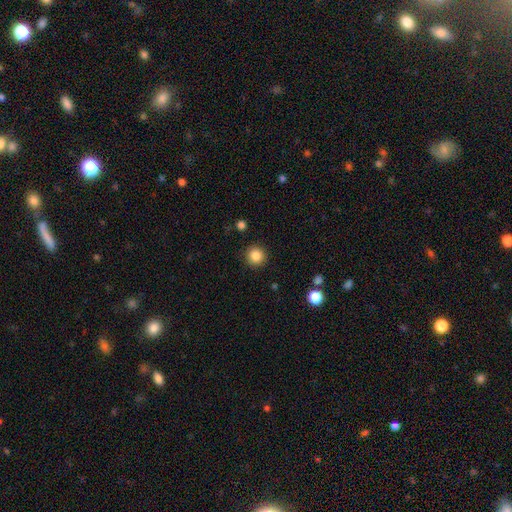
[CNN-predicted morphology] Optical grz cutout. It shows a smooth galaxy with no disk features (85%) that is round (94%). Merging: none (91%).